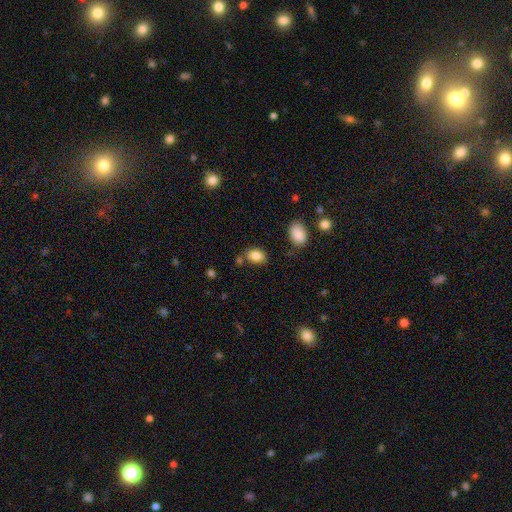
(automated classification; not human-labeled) Smooth or featured? Predicted: smooth (p=0.85). How rounded? Predicted: in between (p=0.82). Merging? Predicted: none (p=0.71).